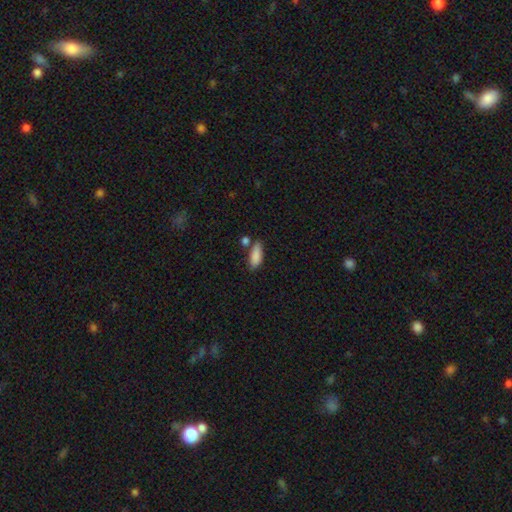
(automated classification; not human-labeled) A smooth galaxy with no disk features (87%) that is in between round and cigar-shaped (75%).

Vote fractions:
- Smooth or featured? smooth: 87% / star or artifact: 7% / featured or disk: 6%
- How rounded? in between: 75% / cigar-shaped: 23% / round: 3%
- Merging? none: 66% / minor disturbance: 17% / merger: 12% / major disturbance: 4%